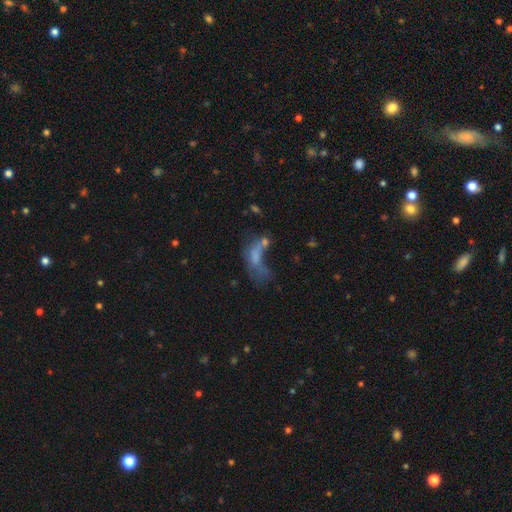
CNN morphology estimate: Smooth or featured?
  - smooth: 48% *
  - featured or disk: 35%
  - star or artifact: 17%
Merging?
  - major disturbance: 43% *
  - merger: 29%
  - none: 17%
  - minor disturbance: 11%